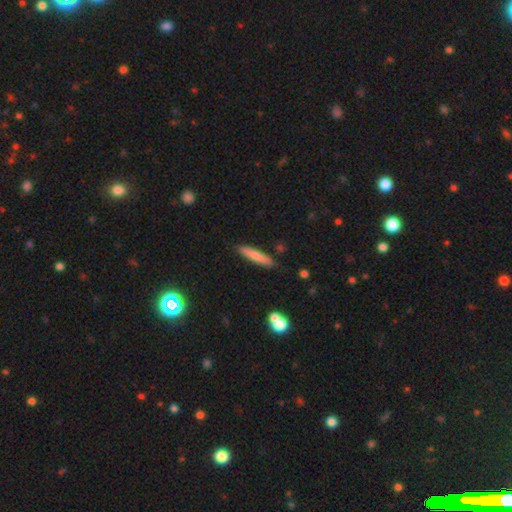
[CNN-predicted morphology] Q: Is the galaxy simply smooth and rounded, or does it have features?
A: smooth — 76%.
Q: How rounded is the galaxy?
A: cigar-shaped — 89%.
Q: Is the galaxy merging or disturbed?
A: none — 87%.